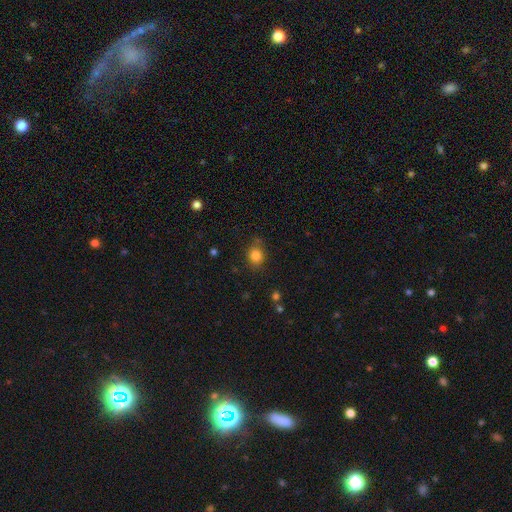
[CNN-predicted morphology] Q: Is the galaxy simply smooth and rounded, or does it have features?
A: smooth — 83%.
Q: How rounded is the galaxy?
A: round — 70%.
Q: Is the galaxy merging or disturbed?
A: none — 78%.